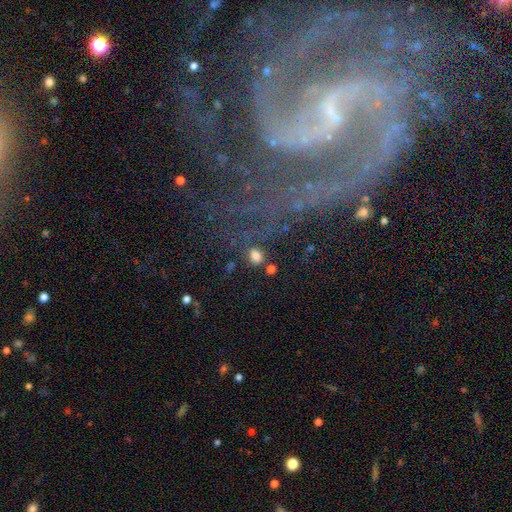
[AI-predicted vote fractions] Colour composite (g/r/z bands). It shows a smooth galaxy with no disk features (78%) that is round (52%). Merging: none (72%).